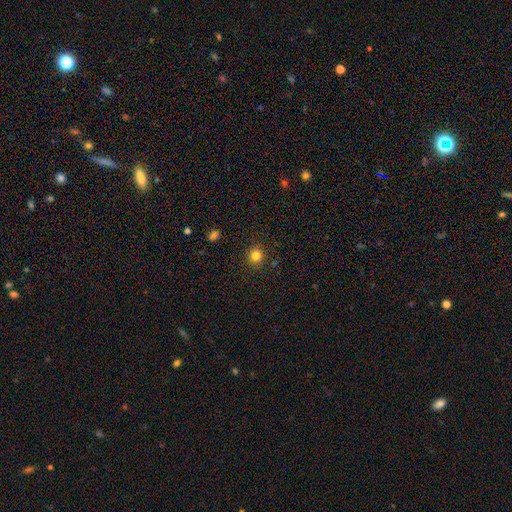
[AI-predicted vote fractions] This is clearly a smooth galaxy (82%). How rounded: clearly round (87%). Merging: clearly none (90%).